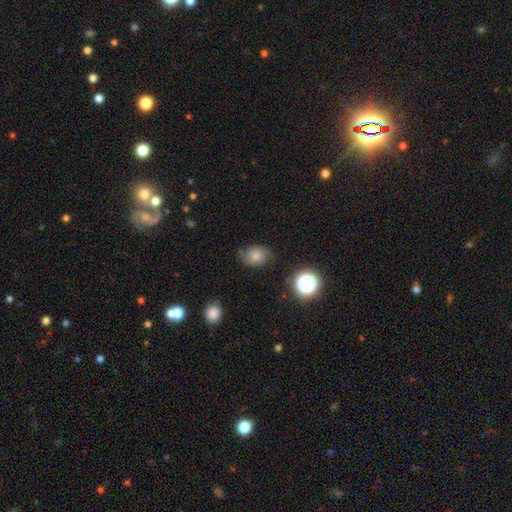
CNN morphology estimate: The model was most divided on "how rounded": in between: 59%, round: 40%, cigar-shaped: 1%. More confident: smooth or featured — smooth (70%); merging — none (70%).